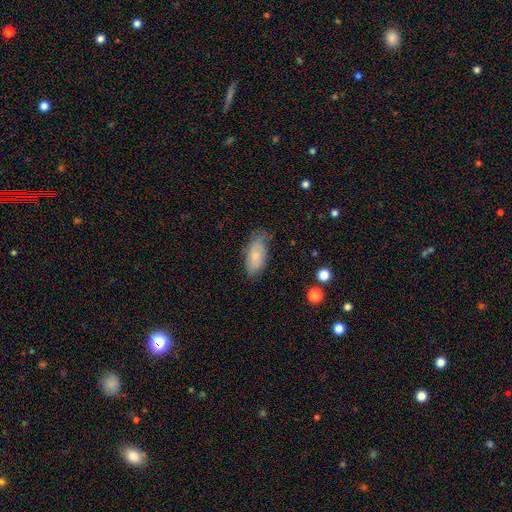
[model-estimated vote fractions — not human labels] smooth-or-featured: smooth: 73% | featured or disk: 20% | star or artifact: 7%
  how-rounded: in between: 90% | cigar-shaped: 7% | round: 3%
  merging: none: 67% | minor disturbance: 26% | major disturbance: 6% | merger: 1%